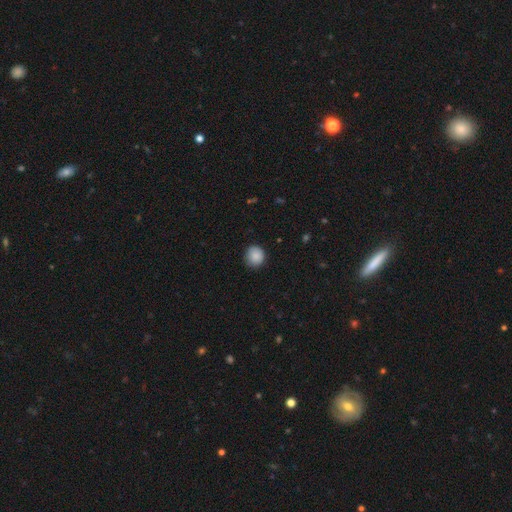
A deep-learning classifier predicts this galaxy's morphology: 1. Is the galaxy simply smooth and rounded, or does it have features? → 87% smooth, 8% star or artifact, 5% featured or disk.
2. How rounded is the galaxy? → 87% round, 12% in between, 1% cigar-shaped.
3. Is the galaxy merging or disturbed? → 82% none, 14% minor disturbance, 2% major disturbance, 1% merger.